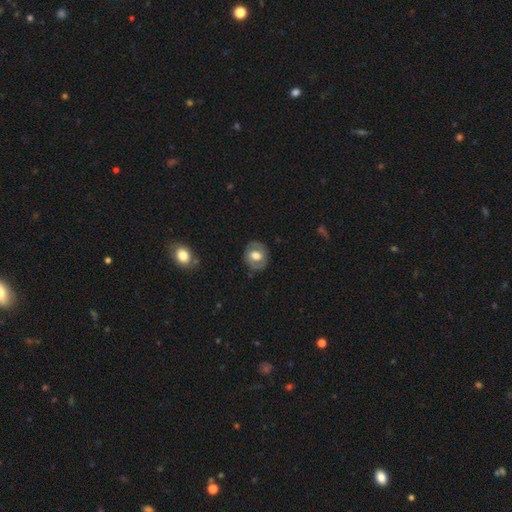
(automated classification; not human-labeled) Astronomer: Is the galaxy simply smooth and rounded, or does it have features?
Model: smooth — 49% (runner-up: featured or disk, 44%).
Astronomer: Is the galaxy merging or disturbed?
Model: none — 81%.